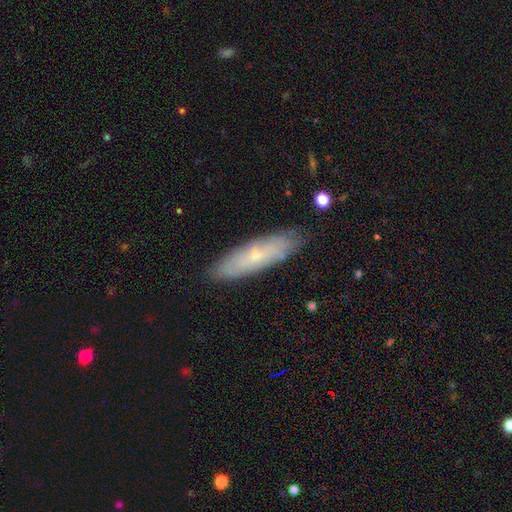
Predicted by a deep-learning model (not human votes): The model was most divided on "smooth or featured": smooth: 54%, featured or disk: 38%, star or artifact: 7%. More confident: merging — none (81%); how rounded — cigar-shaped (61%).